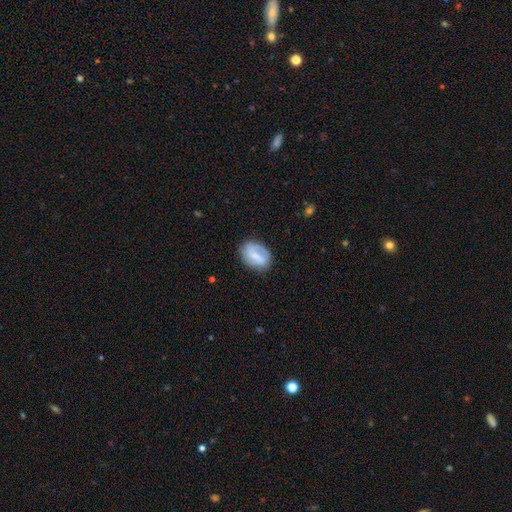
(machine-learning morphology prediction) smooth 58%, featured or disk 35%, star or artifact 7%. Down the decision tree: how rounded — in between (75%); merging — none (71%).